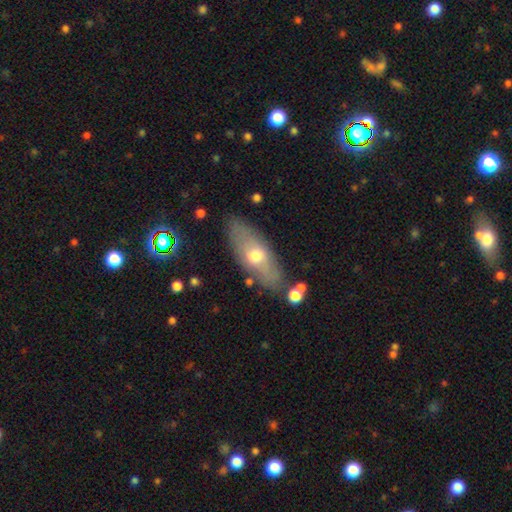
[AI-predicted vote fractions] smooth-or-featured: smooth: 53% | featured or disk: 40% | star or artifact: 7%
  how-rounded: in between: 69% | cigar-shaped: 27% | round: 4%
  merging: none: 77% | minor disturbance: 14% | major disturbance: 4% | merger: 4%